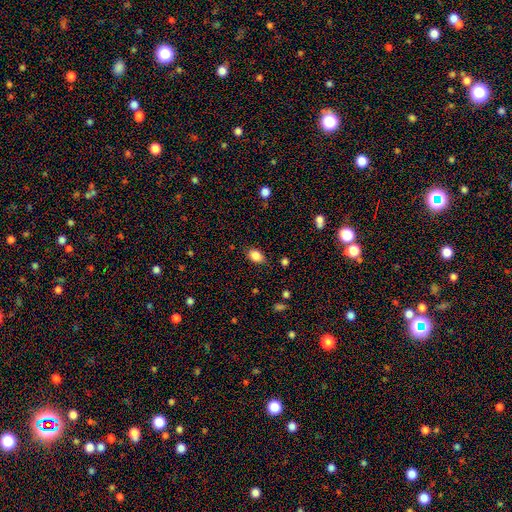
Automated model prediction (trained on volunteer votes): Smooth or featured? smooth (86%)
How rounded? in between (82%)
Merging? none (79%)